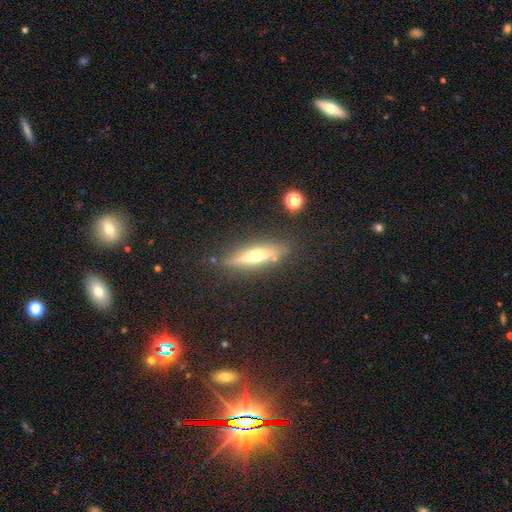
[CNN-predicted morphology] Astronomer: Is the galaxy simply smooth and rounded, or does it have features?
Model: featured or disk — 63%.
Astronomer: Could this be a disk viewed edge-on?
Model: yes — 92%.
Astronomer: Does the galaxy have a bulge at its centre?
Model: rounded — 91%.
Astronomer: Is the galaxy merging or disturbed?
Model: none — 83%.